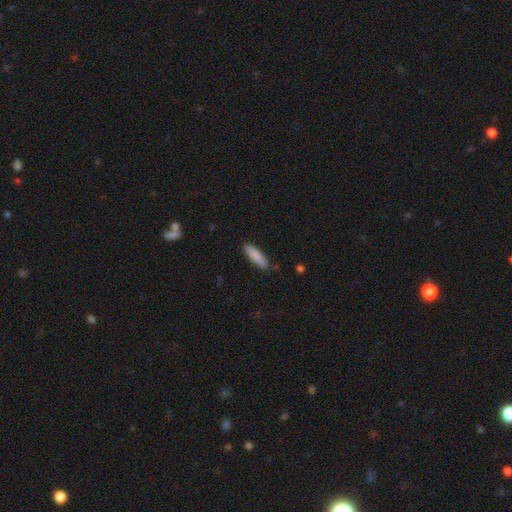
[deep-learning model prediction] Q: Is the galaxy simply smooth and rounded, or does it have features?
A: smooth — 87%.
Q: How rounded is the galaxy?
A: cigar-shaped — 66%.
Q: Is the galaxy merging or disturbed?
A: none — 84%.